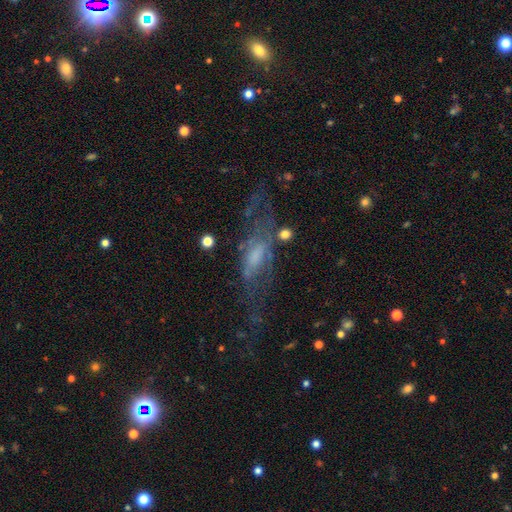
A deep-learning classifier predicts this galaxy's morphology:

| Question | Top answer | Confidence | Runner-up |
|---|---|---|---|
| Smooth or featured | featured or disk | 65% | smooth (23%) |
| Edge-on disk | no | 76% | yes (24%) |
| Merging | none | 44% | major disturbance (31%) |